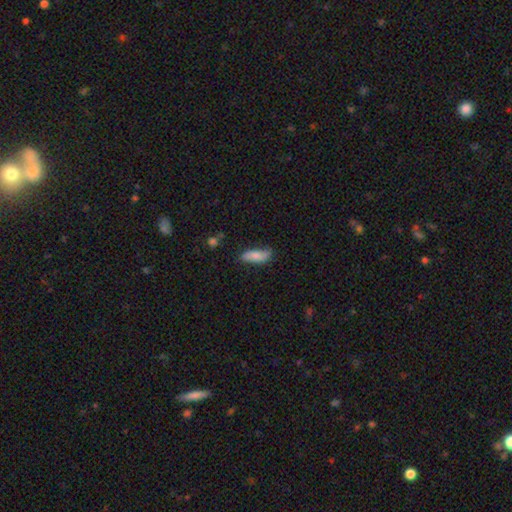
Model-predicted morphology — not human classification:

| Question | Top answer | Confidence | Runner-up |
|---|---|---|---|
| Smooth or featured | smooth | 79% | featured or disk (15%) |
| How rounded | in between | 66% | cigar-shaped (31%) |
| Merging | none | 69% | minor disturbance (24%) |